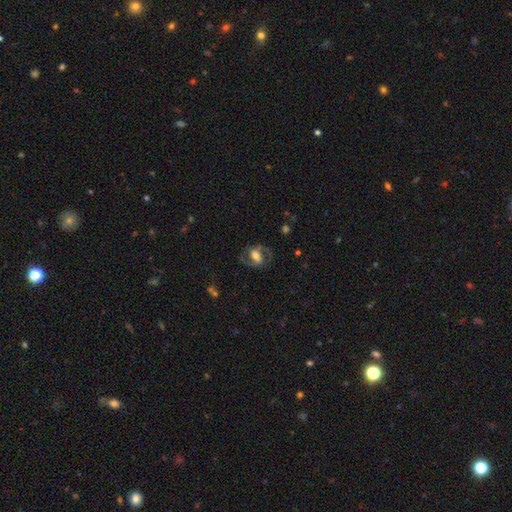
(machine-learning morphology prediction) Q: Smooth or featured?
A: featured or disk (70%); runner-up: smooth (23%)
Q: Edge-on disk?
A: no (95%); runner-up: yes (5%)
Q: Bar?
A: weak (38%); runner-up: strong (35%)
Q: Spiral arms?
A: yes (82%); runner-up: no (18%)
Q: Spiral winding?
A: medium (53%); runner-up: loose (24%)
Q: Spiral arm count?
A: 2 (88%); runner-up: can't tell (6%)
Q: Bulge size?
A: moderate (53%); runner-up: large (27%)
Q: Merging?
A: none (72%); runner-up: minor disturbance (15%)